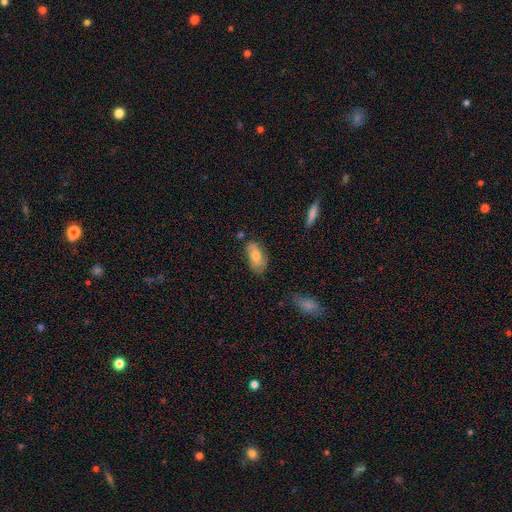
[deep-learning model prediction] smooth 69%, featured or disk 24%, star or artifact 7%. Down the decision tree: how rounded — in between (90%); merging — none (64%).